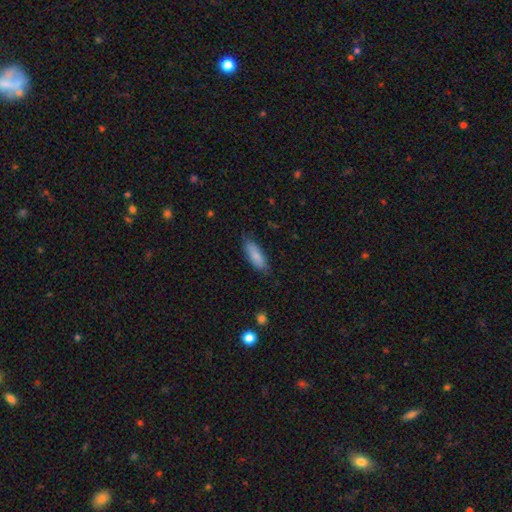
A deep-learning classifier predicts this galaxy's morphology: smooth 84%, featured or disk 10%, star or artifact 6%. Down the decision tree: how rounded — in between (60%); merging — none (77%).